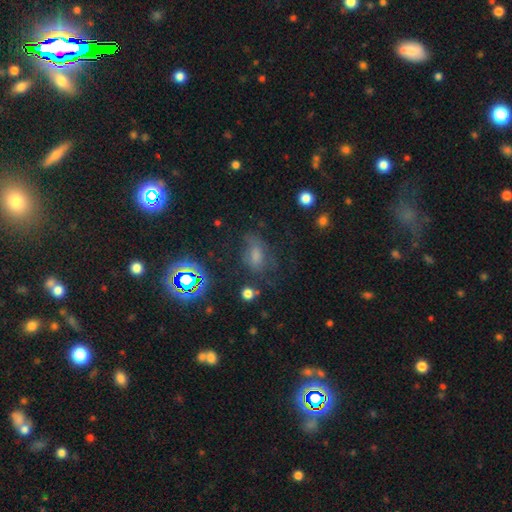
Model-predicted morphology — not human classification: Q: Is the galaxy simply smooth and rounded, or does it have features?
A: smooth — 46%.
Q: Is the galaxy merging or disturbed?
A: none — 50%.